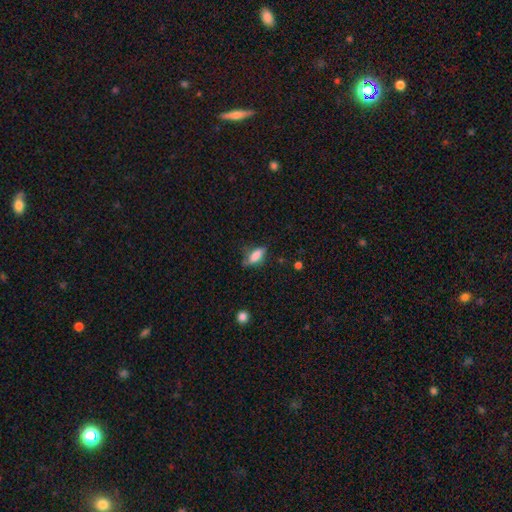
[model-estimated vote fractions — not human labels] Smooth or featured?
  - smooth: 74% *
  - featured or disk: 17%
  - star or artifact: 8%
How rounded?
  - in between: 71% *
  - cigar-shaped: 26%
  - round: 3%
Merging?
  - none: 57% *
  - minor disturbance: 30%
  - major disturbance: 10%
  - merger: 3%